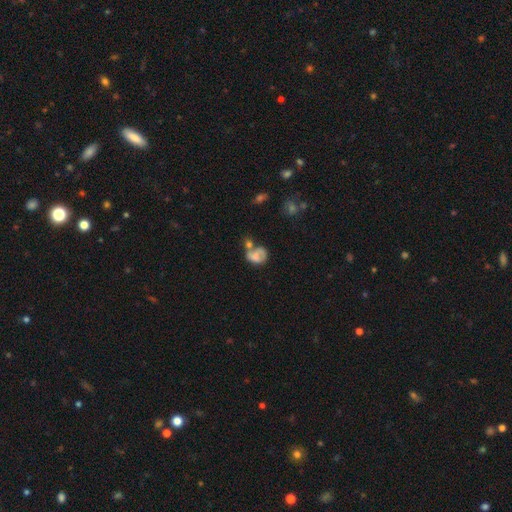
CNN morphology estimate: smooth 54%, featured or disk 36%, star or artifact 10%. Down the decision tree: how rounded — in between (55%); merging — merger (42%).